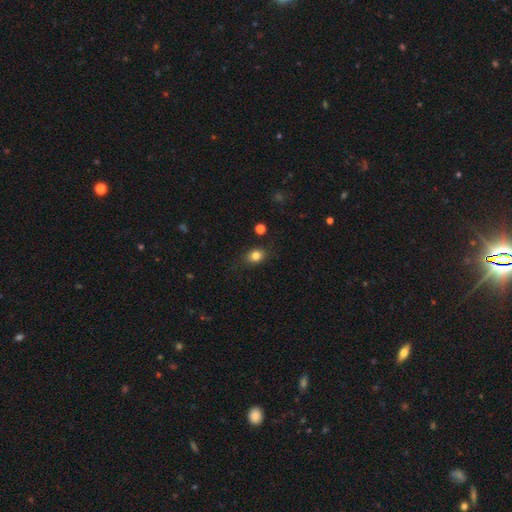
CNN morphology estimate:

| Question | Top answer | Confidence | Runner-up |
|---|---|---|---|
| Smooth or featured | smooth | 82% | star or artifact (11%) |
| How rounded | in between | 53% | round (46%) |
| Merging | none | 82% | minor disturbance (13%) |